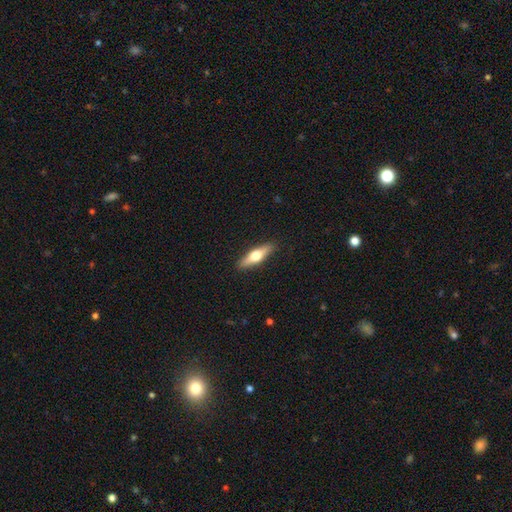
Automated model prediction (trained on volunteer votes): A featured or disk galaxy (50%).

Vote fractions:
- Smooth or featured? featured or disk: 50% / smooth: 45% / star or artifact: 5%
- Merging? none: 90% / minor disturbance: 7% / major disturbance: 2% / merger: 1%